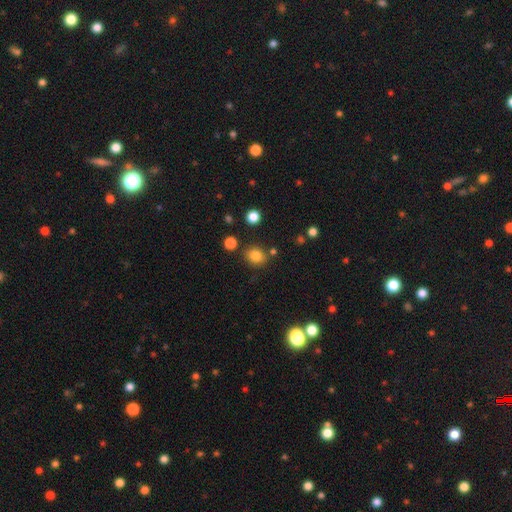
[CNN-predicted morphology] Smooth or featured? Predicted: smooth (p=0.82). How rounded? Predicted: round (p=0.71). Merging? Predicted: none (p=0.80).